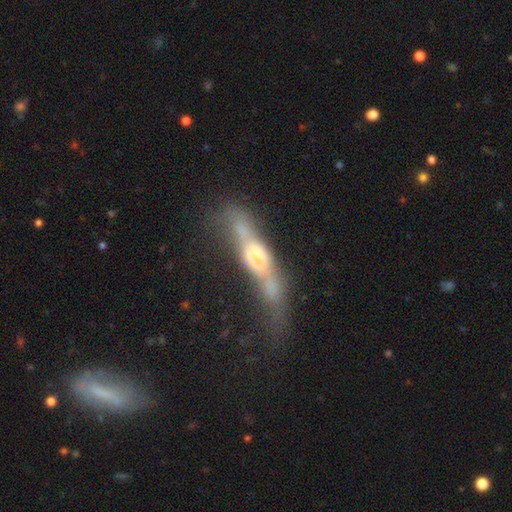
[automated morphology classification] A featured or disk galaxy (65%) viewed edge-on (67%).

Vote fractions:
- Smooth or featured? featured or disk: 65% / smooth: 25% / star or artifact: 10%
- Edge-on disk? yes: 67% / no: 33%
- Merging? major disturbance: 33% / none: 31% / minor disturbance: 21% / merger: 15%